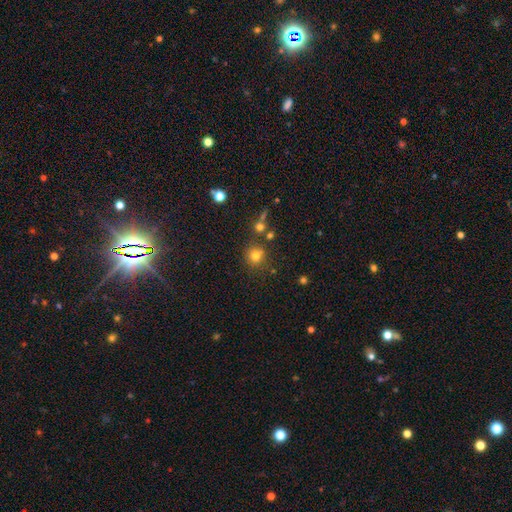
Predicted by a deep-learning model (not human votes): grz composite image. It shows a smooth galaxy with no disk features (75%) that is round (90%). Merging: none (75%).